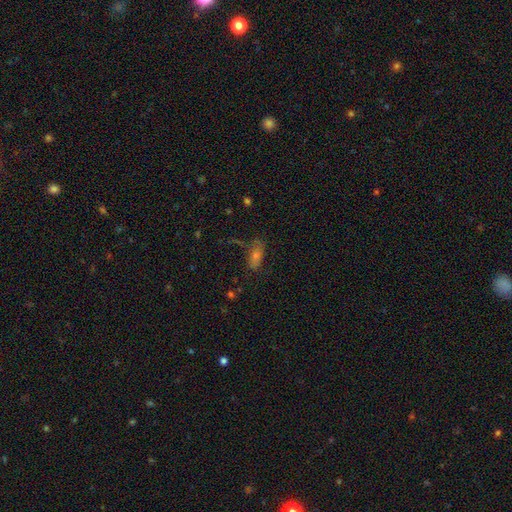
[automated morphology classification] Smooth or featured?
  - smooth: 54% *
  - featured or disk: 26%
  - star or artifact: 20%
How rounded?
  - in between: 79% *
  - cigar-shaped: 14%
  - round: 7%
Merging?
  - none: 62% *
  - minor disturbance: 22%
  - major disturbance: 11%
  - merger: 5%